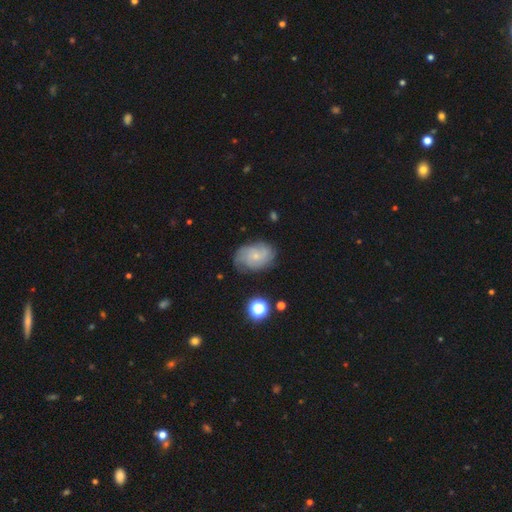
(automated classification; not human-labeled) This appears to be a featured or disk galaxy (60%) with no bar (77%), tight (47%) spiral arms (88%) and a small central bulge (76%). Merging: none (68%).